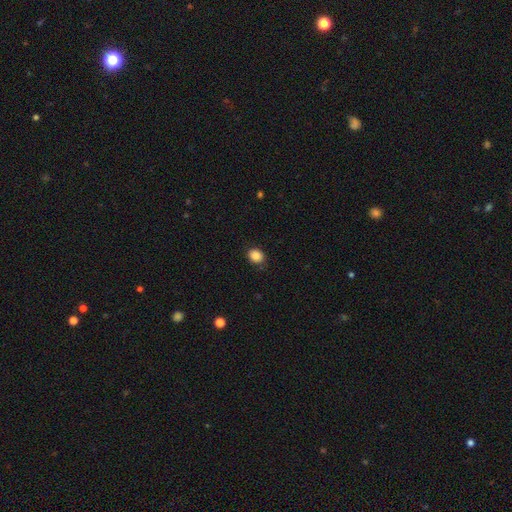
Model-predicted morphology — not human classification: smooth 85%, star or artifact 10%, featured or disk 5%. Down the decision tree: how rounded — round (63%); merging — none (86%).